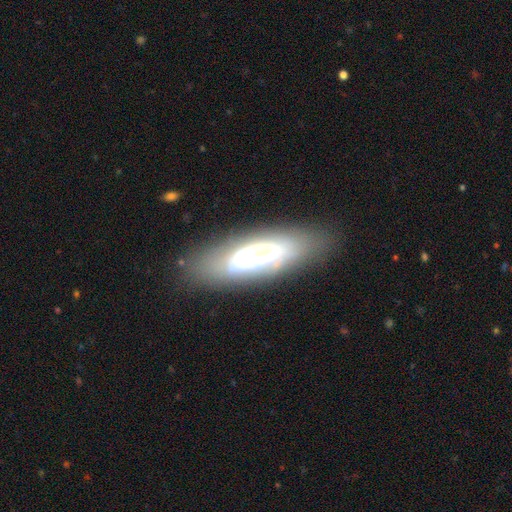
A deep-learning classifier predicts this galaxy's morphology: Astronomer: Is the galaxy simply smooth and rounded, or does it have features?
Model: featured or disk — 56% (runner-up: smooth, 34%).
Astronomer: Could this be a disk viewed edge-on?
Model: no — 71%.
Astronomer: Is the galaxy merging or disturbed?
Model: none — 72%.